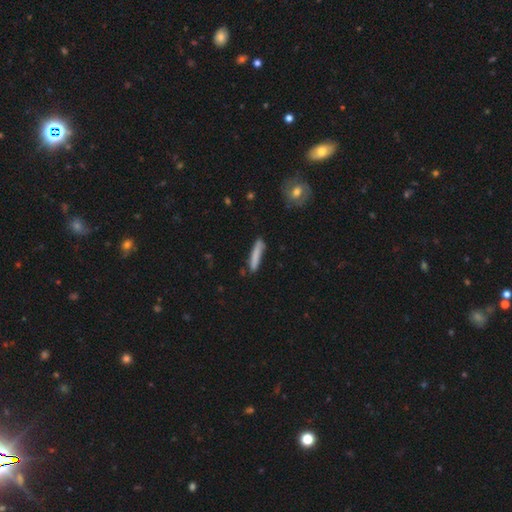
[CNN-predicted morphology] Smooth or featured: smooth — 79% (featured or disk — 15%)
How rounded: cigar-shaped — 92% (in between — 6%)
Merging: none — 80% (minor disturbance — 15%)